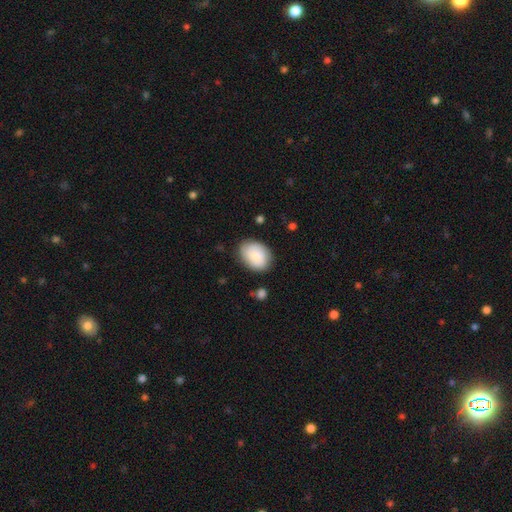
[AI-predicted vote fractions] This appears to be a smooth galaxy with no disk features (74%) that is in between round and cigar-shaped (68%). Merging: none (78%).